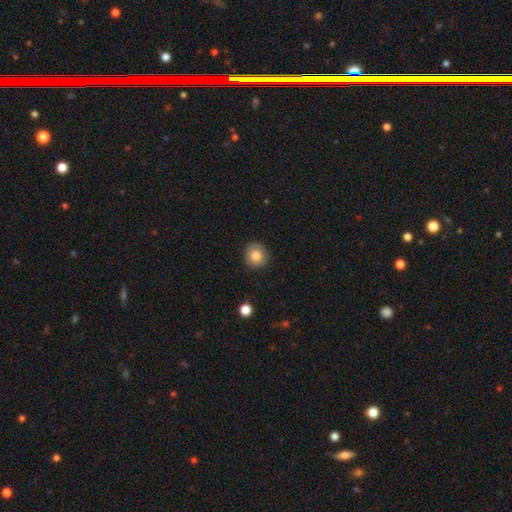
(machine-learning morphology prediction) Q: Smooth or featured?
A: smooth (82%); runner-up: featured or disk (9%)
Q: How rounded?
A: round (89%); runner-up: in between (10%)
Q: Merging?
A: none (84%); runner-up: minor disturbance (12%)